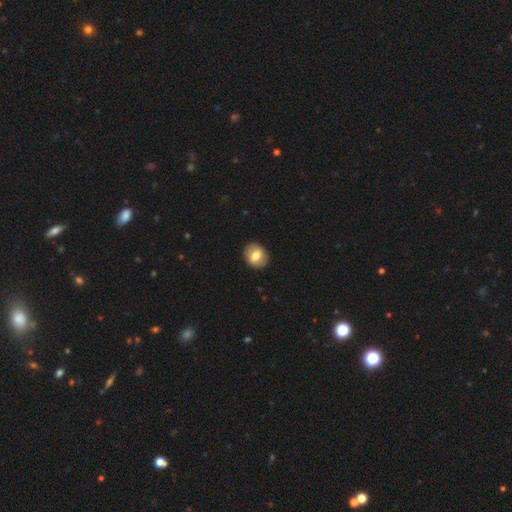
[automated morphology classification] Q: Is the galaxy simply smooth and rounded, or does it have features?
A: smooth — 69%.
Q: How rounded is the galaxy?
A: round — 66%.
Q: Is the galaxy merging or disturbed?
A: none — 89%.